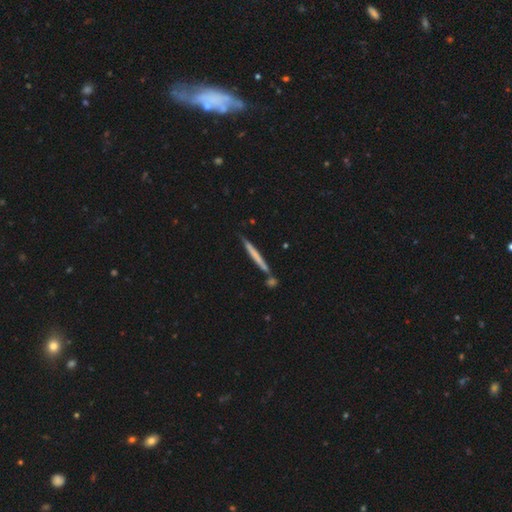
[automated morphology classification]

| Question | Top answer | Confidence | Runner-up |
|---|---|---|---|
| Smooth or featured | smooth | 57% | featured or disk (38%) |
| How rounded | cigar-shaped | 97% | in between (2%) |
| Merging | none | 78% | merger (10%) |